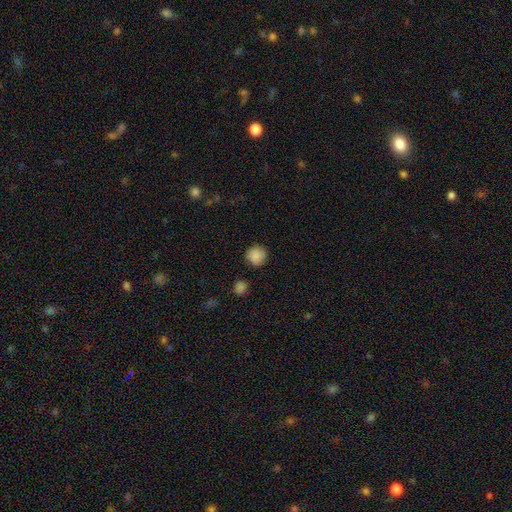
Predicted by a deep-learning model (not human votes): Smooth or featured: smooth — 87% (star or artifact — 9%)
How rounded: round — 93% (in between — 6%)
Merging: none — 86% (minor disturbance — 9%)